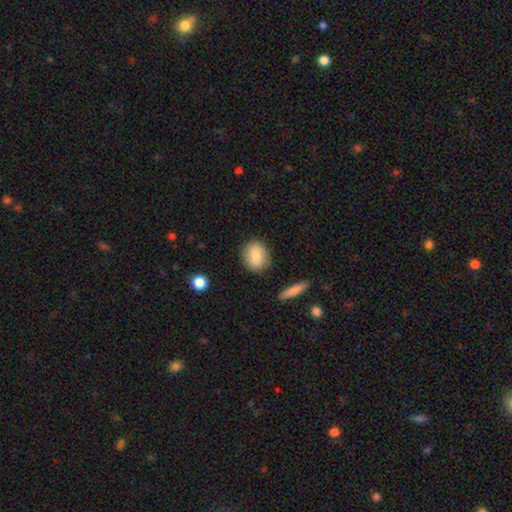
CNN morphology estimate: type=smooth (85%); roundness=round (62%); merging=none (85%).